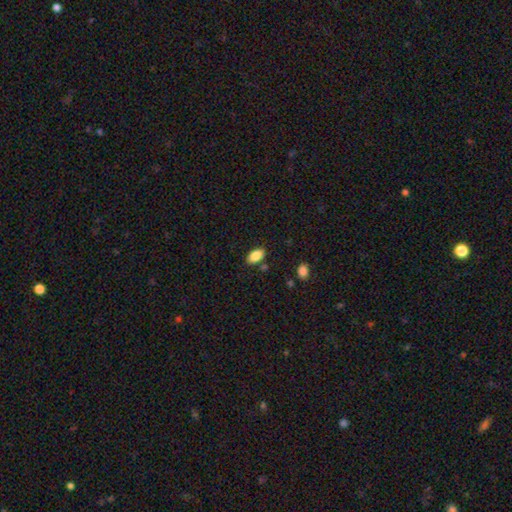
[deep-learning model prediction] The model was most divided on "merging": none: 82%, minor disturbance: 11%, merger: 4%, major disturbance: 3%. More confident: how rounded — in between (93%); smooth or featured — smooth (86%).